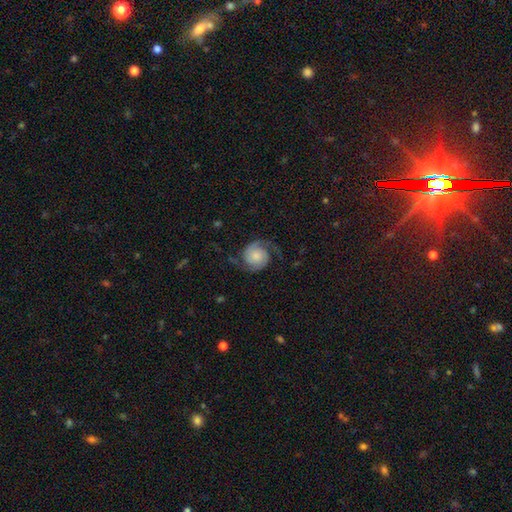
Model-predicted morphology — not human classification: A featured or disk galaxy (84%) with no bar (76%), 2 (94%) medium (45%) spiral arms (98%) and a small central bulge (31%). Merging: none (74%).